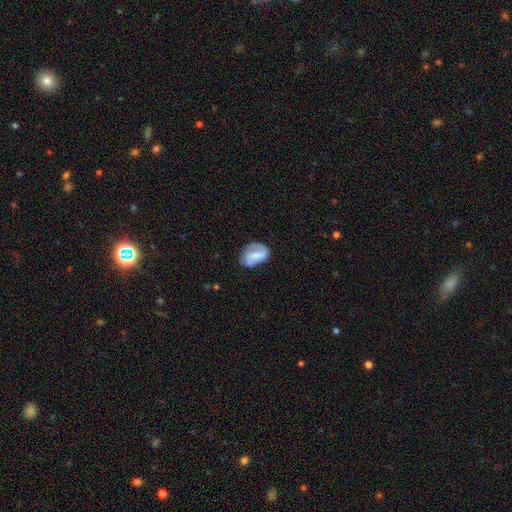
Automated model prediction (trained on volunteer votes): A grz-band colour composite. It shows a featured or disk galaxy (57%) with a weak bar (43%), spiral arms (78%) and a small central bulge (39%). Merging: none (56%).